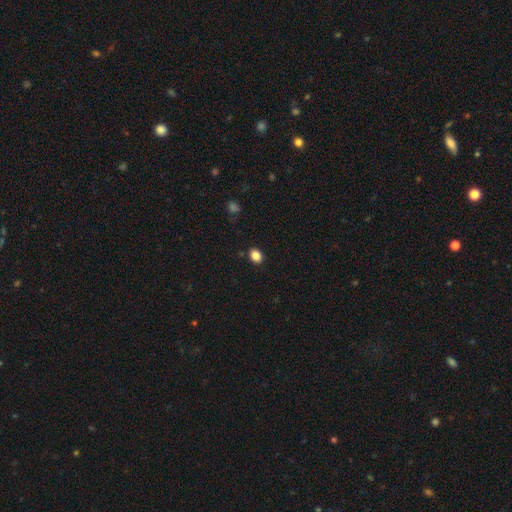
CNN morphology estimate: This appears to be a smooth galaxy with no disk features (85%) that is in between round and cigar-shaped (63%). Merging: none (87%).